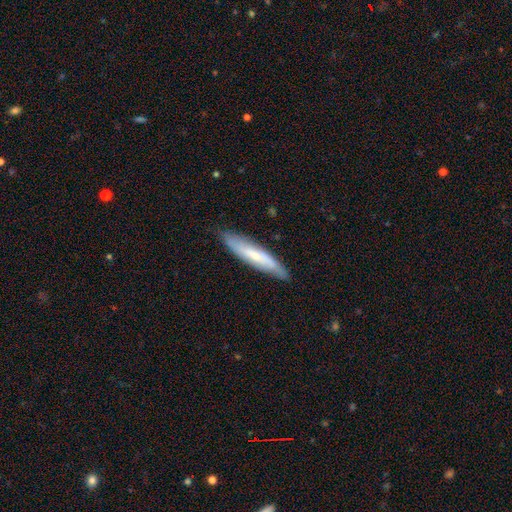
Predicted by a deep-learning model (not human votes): This appears to be a smooth galaxy with no disk features (48%). Merging: none (83%).